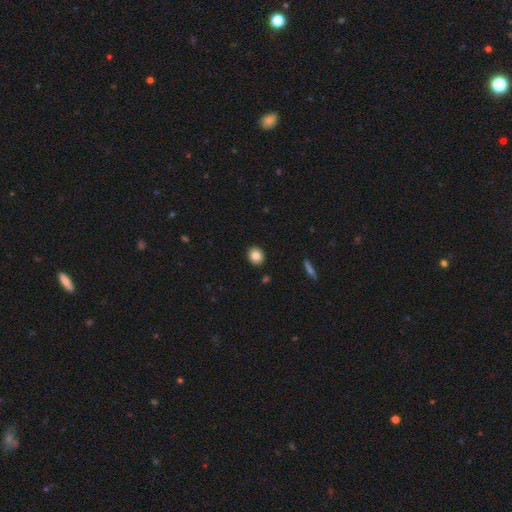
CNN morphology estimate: Smooth or featured? smooth (84%)
How rounded? round (72%)
Merging? none (91%)